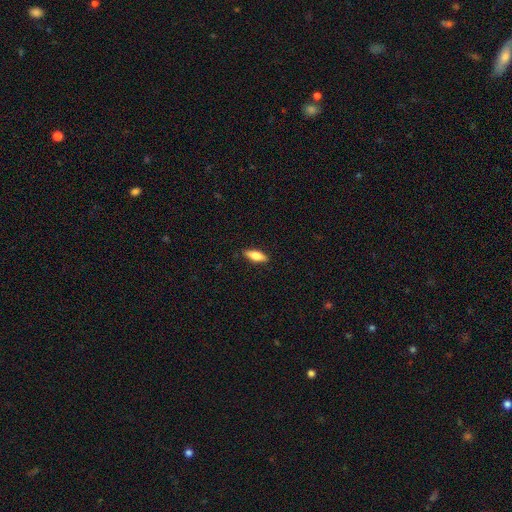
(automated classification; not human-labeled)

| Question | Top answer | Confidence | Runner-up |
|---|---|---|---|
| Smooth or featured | smooth | 70% | featured or disk (24%) |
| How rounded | in between | 63% | cigar-shaped (34%) |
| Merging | none | 88% | minor disturbance (9%) |